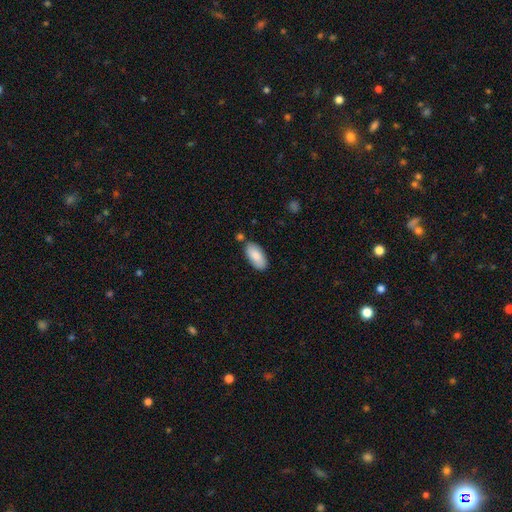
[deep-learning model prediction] Morphology: type=smooth (86%); roundness=in between (91%); merging=none (77%).